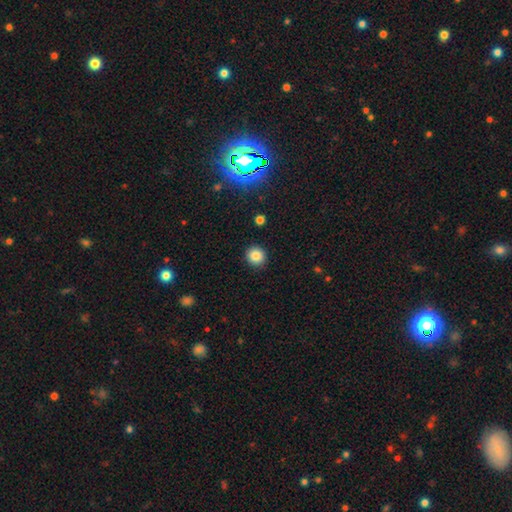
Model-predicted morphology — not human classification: smooth_or_featured: smooth (p=0.84) [alt: star or artifact p=0.11]
how_rounded: round (p=0.91) [alt: in between p=0.08]
merging: none (p=0.92) [alt: minor disturbance p=0.05]